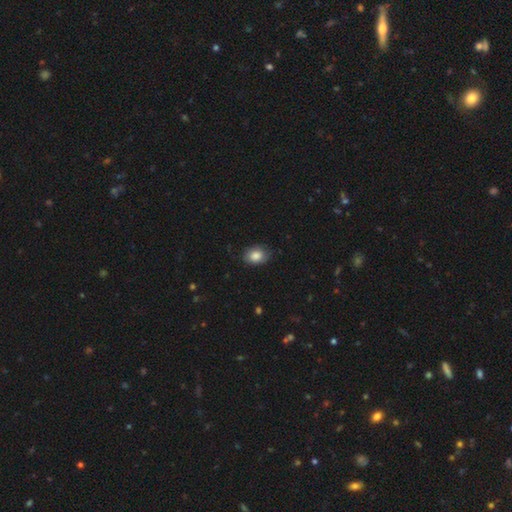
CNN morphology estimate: Smooth or featured? smooth (85%)
How rounded? in between (72%)
Merging? none (78%)